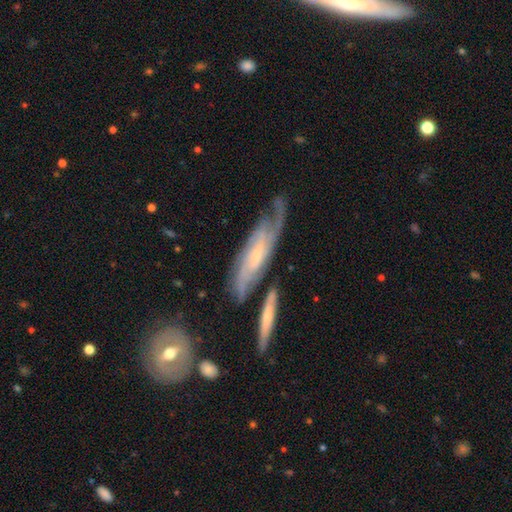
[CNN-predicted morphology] smooth-or-featured: featured or disk: 81% | smooth: 13% | star or artifact: 6%
  disk-edge-on: no: 81% | yes: 19%
    bar: no: 50% | weak: 38% | strong: 11%
    has-spiral-arms: yes: 95% | no: 5%
      spiral-winding: tight: 46% | medium: 41% | loose: 13%
      spiral-arm-count: 2: 41% | can't tell: 31% | 3: 15% | 4: 5% | 1: 5% | more than 4: 3%
    bulge-size: small: 55% | moderate: 29% | none: 10% | large: 4% | dominant: 1%
  merging: none: 63% | minor disturbance: 20% | major disturbance: 10% | merger: 8%